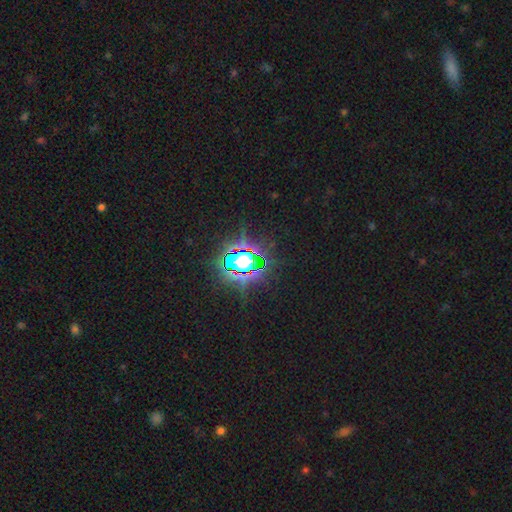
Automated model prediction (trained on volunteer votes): This appears to be a star or artifact, not a galaxy (83%).